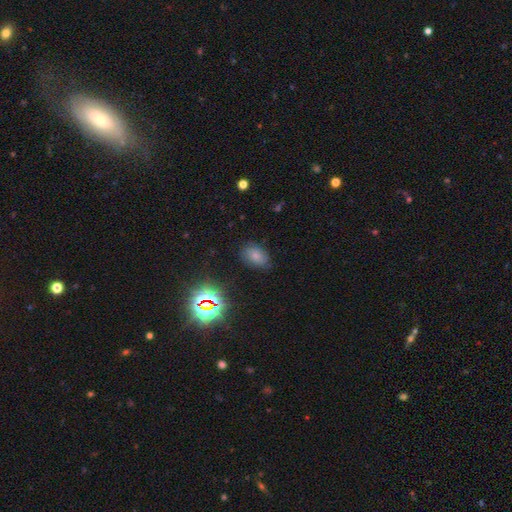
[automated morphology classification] Q: Smooth or featured?
A: smooth (69%); runner-up: star or artifact (19%)
Q: How rounded?
A: in between (82%); runner-up: round (16%)
Q: Merging?
A: none (80%); runner-up: minor disturbance (14%)